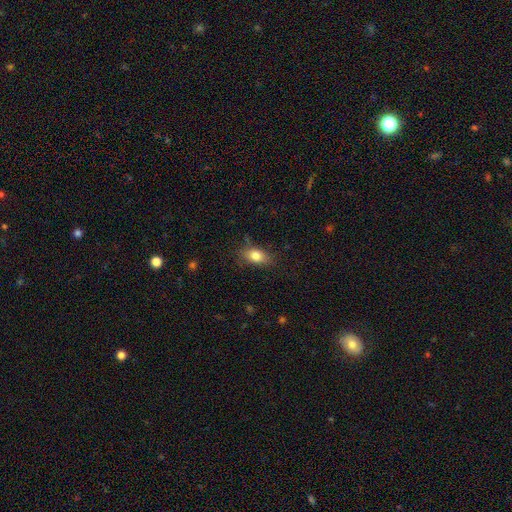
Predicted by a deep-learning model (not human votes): The model was most divided on "merging": none: 76%, minor disturbance: 18%, major disturbance: 5%, merger: 2%. More confident: how rounded — in between (83%); smooth or featured — smooth (82%).